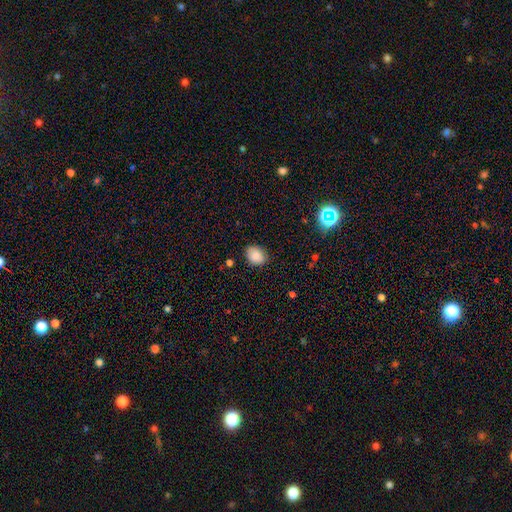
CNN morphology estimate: A smooth galaxy with no disk features (86%) that is in between round and cigar-shaped (61%).

Vote fractions:
- Smooth or featured? smooth: 86% / star or artifact: 9% / featured or disk: 5%
- How rounded? in between: 61% / round: 38% / cigar-shaped: 1%
- Merging? none: 83% / minor disturbance: 13% / major disturbance: 3% / merger: 1%